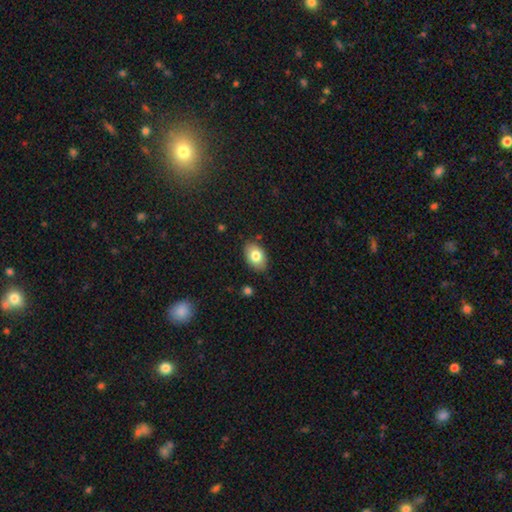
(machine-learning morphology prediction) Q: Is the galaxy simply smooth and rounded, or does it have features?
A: smooth — 80%.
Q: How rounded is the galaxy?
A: in between — 87%.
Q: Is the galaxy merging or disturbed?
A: none — 85%.